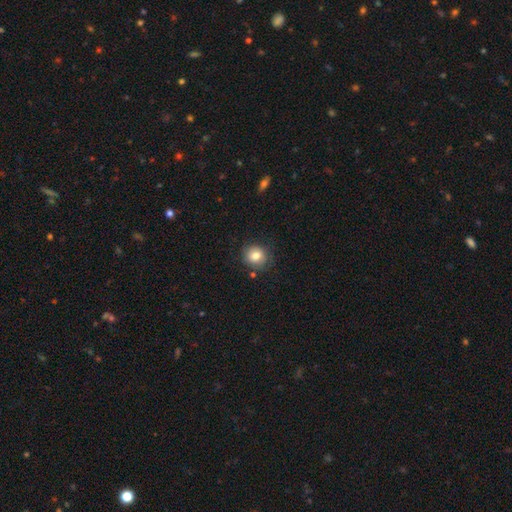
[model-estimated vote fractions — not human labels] This is likely a smooth galaxy (80%). How rounded: clearly round (84%). Merging: clearly none (82%).